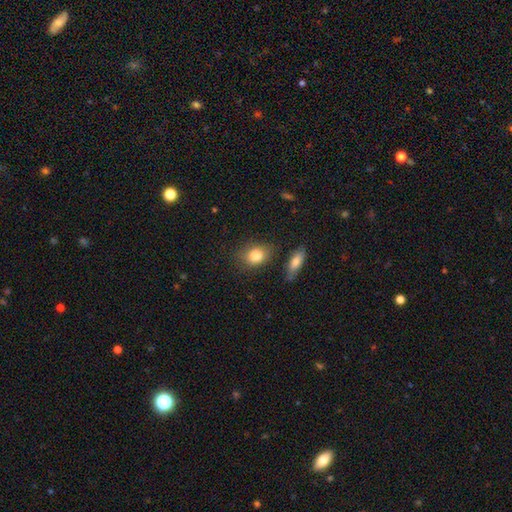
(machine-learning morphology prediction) smooth-or-featured: smooth: 84% | featured or disk: 8% | star or artifact: 8%
  how-rounded: in between: 63% | round: 35% | cigar-shaped: 2%
  merging: none: 71% | minor disturbance: 18% | merger: 6% | major disturbance: 5%